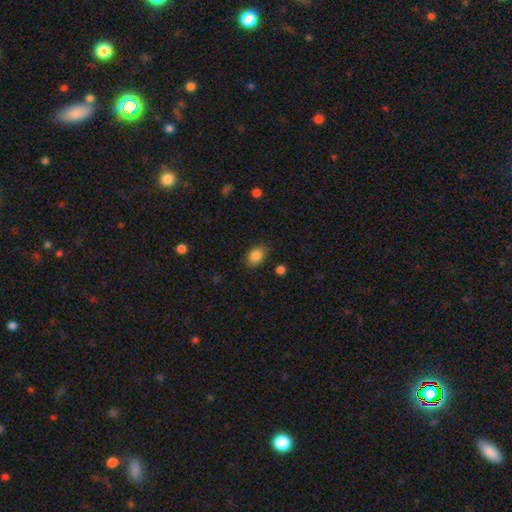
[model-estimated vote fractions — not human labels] smooth 85%, star or artifact 9%, featured or disk 6%. Down the decision tree: how rounded — in between (70%); merging — none (81%).